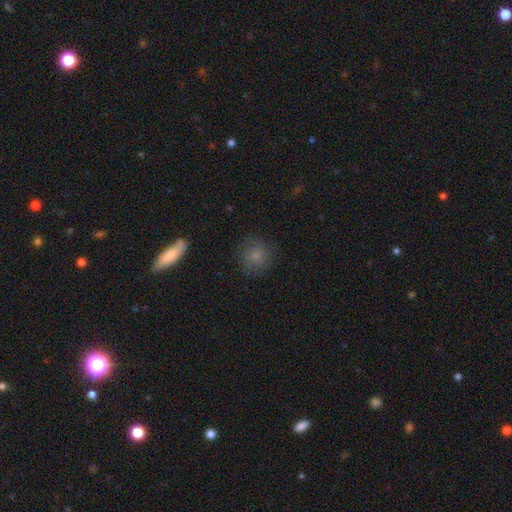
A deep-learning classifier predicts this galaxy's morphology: Smooth or featured? smooth (80%)
How rounded? round (90%)
Merging? none (82%)